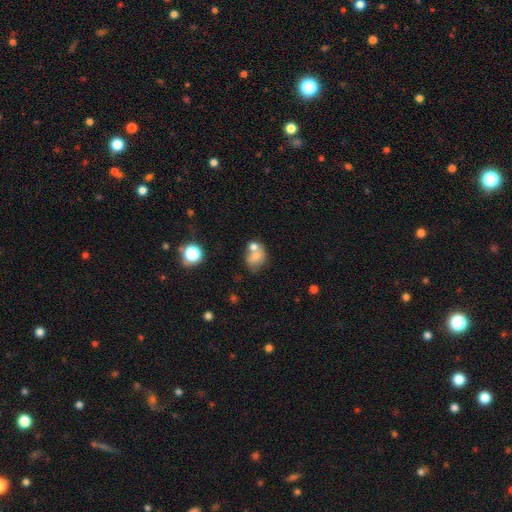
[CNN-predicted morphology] Smooth or featured?
  - smooth: 67% *
  - featured or disk: 21%
  - star or artifact: 11%
How rounded?
  - round: 50% *
  - in between: 49%
  - cigar-shaped: 1%
Merging?
  - merger: 42% *
  - none: 38%
  - minor disturbance: 13%
  - major disturbance: 6%